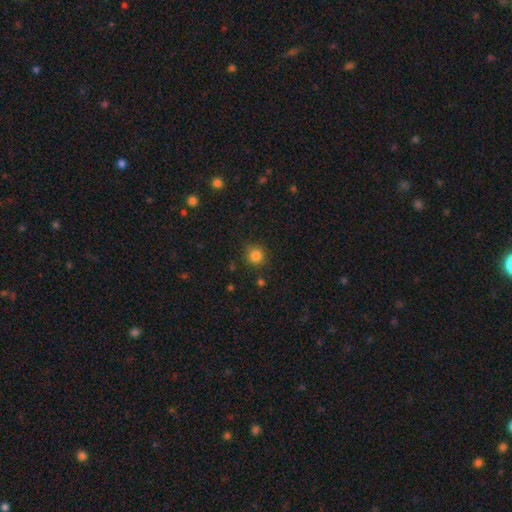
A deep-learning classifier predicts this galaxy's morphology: Smooth or featured? Predicted: smooth (p=0.83). How rounded? Predicted: round (p=0.91). Merging? Predicted: none (p=0.85).